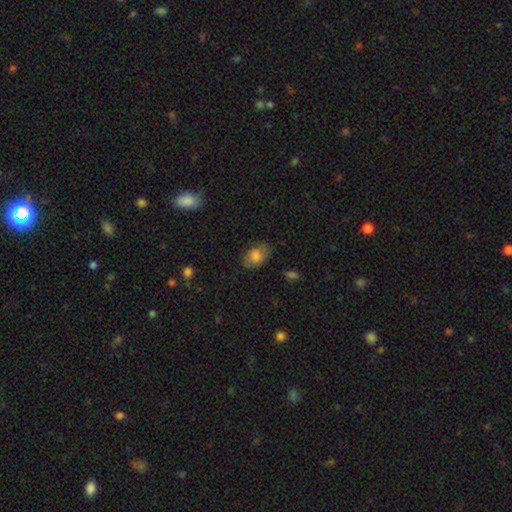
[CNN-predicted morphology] This appears to be a smooth galaxy with no disk features (81%) that is in between round and cigar-shaped (88%). Merging: none (76%).